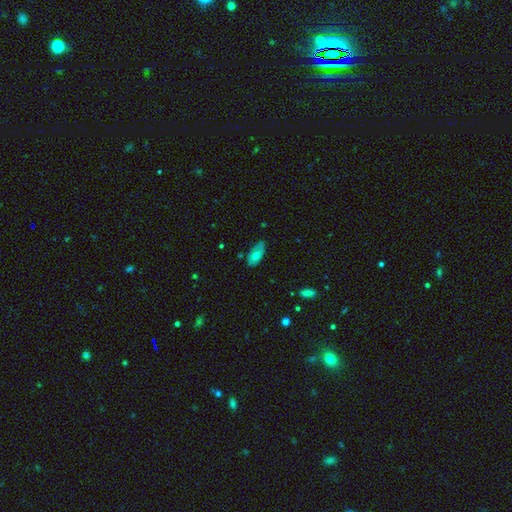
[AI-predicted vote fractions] A smooth galaxy with no disk features (60%) that is in between round and cigar-shaped (89%).

Vote fractions:
- Smooth or featured? smooth: 60% / featured or disk: 32% / star or artifact: 8%
- How rounded? in between: 89% / cigar-shaped: 7% / round: 4%
- Merging? none: 62% / minor disturbance: 30% / major disturbance: 6% / merger: 2%